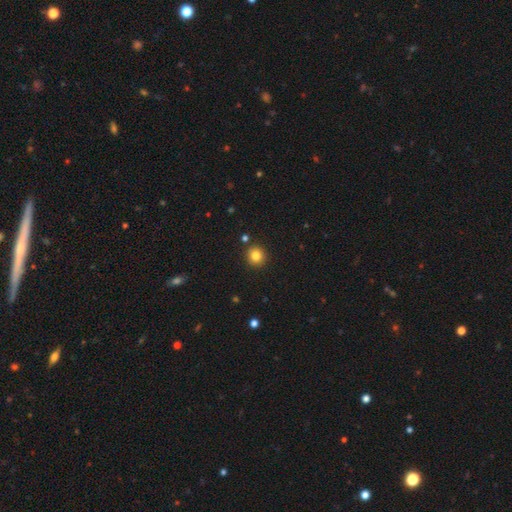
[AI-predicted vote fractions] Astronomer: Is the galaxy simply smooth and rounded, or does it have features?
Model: smooth — 82%.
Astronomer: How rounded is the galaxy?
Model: round — 91%.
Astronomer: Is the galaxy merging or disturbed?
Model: none — 90%.